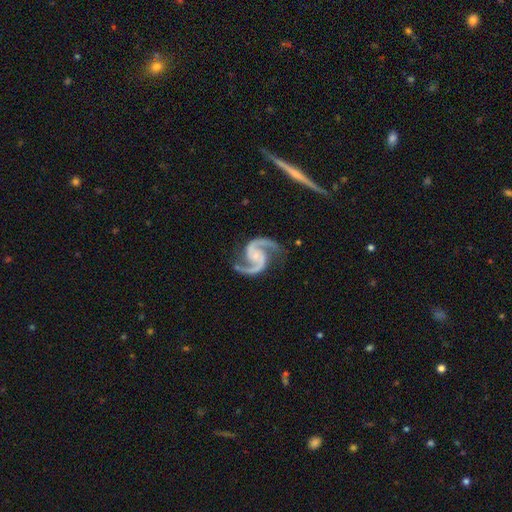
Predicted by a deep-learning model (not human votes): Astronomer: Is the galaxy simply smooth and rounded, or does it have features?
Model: featured or disk — 95%.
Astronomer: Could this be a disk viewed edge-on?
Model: no — 98%.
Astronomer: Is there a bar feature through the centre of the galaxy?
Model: no — 62%.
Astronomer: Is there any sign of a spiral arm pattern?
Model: yes — 99%.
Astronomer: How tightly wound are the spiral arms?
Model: medium — 66%.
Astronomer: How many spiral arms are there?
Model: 2 — 95%.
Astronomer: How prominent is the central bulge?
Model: small — 71%.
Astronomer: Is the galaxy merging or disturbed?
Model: none — 80%.